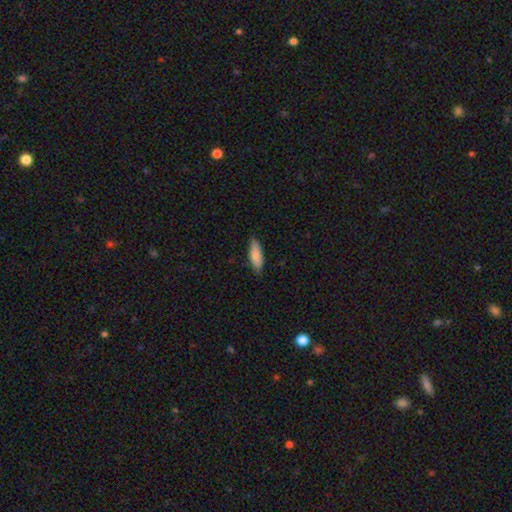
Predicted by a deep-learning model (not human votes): Q: Smooth or featured?
A: smooth (86%); runner-up: featured or disk (8%)
Q: How rounded?
A: in between (54%); runner-up: cigar-shaped (44%)
Q: Merging?
A: none (82%); runner-up: minor disturbance (15%)